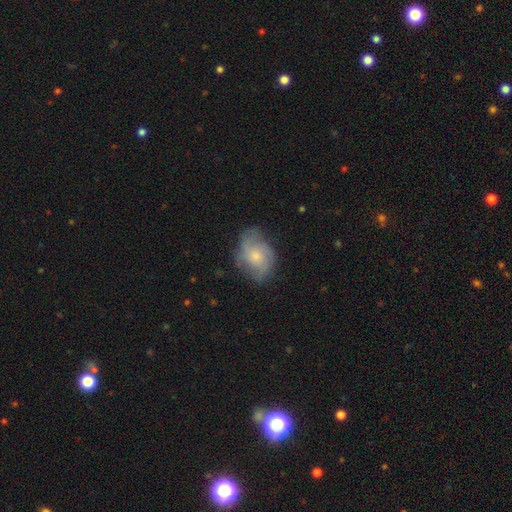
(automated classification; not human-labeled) The model was most divided on "bulge size": small: 44%, moderate: 43%, none: 6%, large: 5%, dominant: 1%. More confident: edge-on disk — no (97%); spiral arms — yes (83%); bar — no (77%); merging — none (62%); smooth or featured — featured or disk (56%).